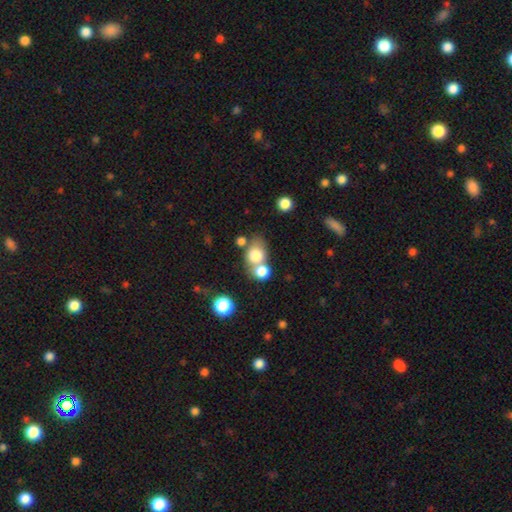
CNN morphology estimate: Smooth or featured? Predicted: smooth (p=0.76). How rounded? Predicted: round (p=0.50). Merging? Predicted: merger (p=0.47).